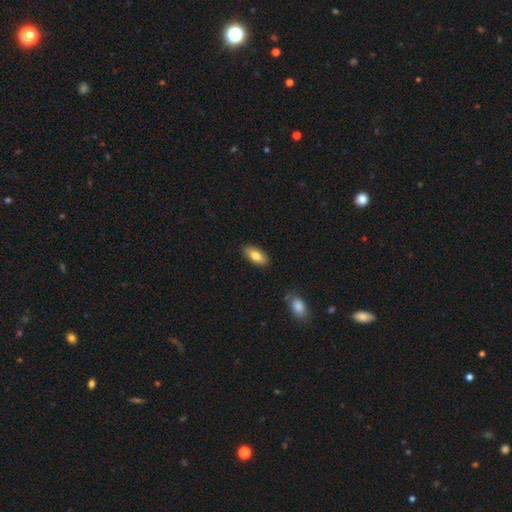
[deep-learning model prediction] smooth 79%, featured or disk 14%, star or artifact 7%. Down the decision tree: how rounded — in between (87%); merging — none (87%).